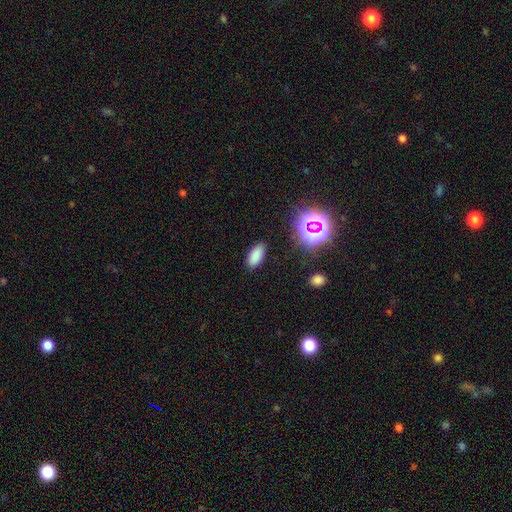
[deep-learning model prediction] Smooth or featured: smooth — 79% (star or artifact — 15%)
How rounded: in between — 88% (cigar-shaped — 8%)
Merging: none — 87% (minor disturbance — 9%)